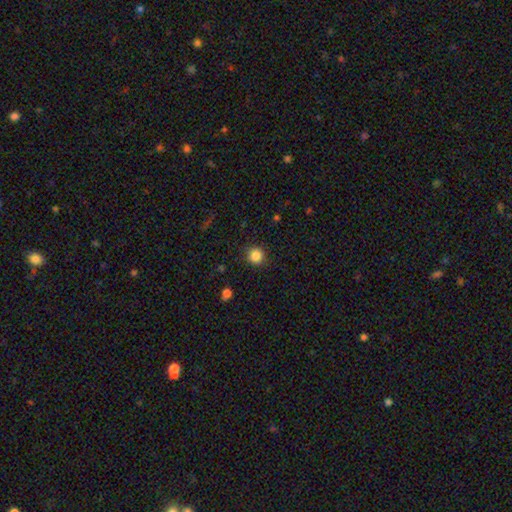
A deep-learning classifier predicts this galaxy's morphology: type=smooth (85%); roundness=round (93%); merging=none (90%).